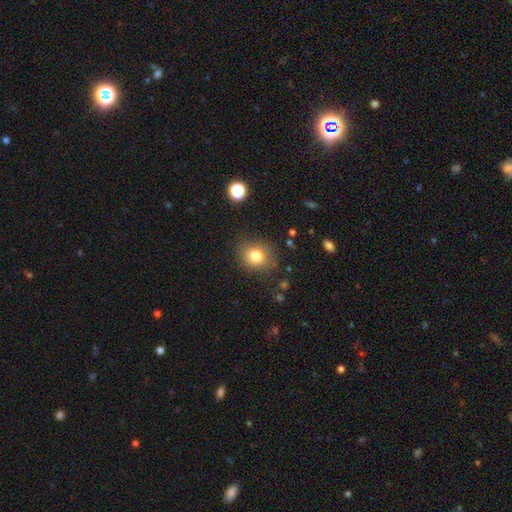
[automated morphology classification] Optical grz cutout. It shows a smooth galaxy with no disk features (80%) that is round (71%). Merging: none (83%).